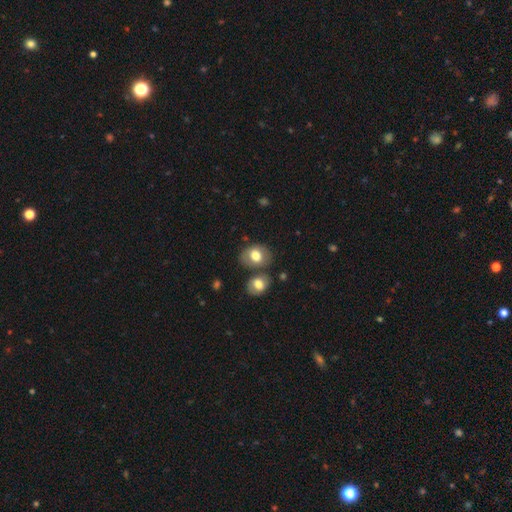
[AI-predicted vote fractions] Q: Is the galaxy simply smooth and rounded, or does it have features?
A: smooth — 70%.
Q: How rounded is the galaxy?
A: in between — 60%.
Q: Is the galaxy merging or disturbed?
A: none — 61%.